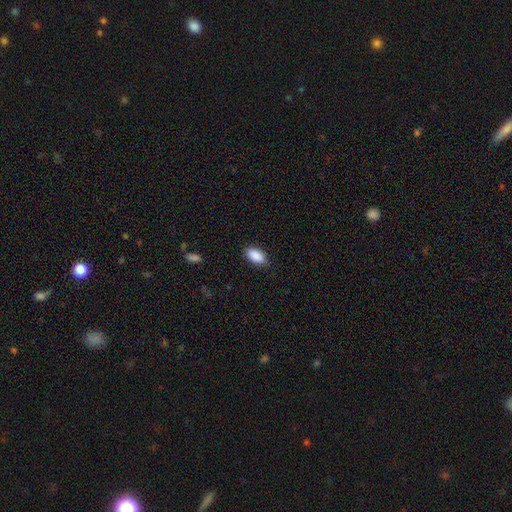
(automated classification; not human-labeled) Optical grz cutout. It shows a smooth galaxy with no disk features (90%) that is in between round and cigar-shaped (93%). Merging: none (85%).